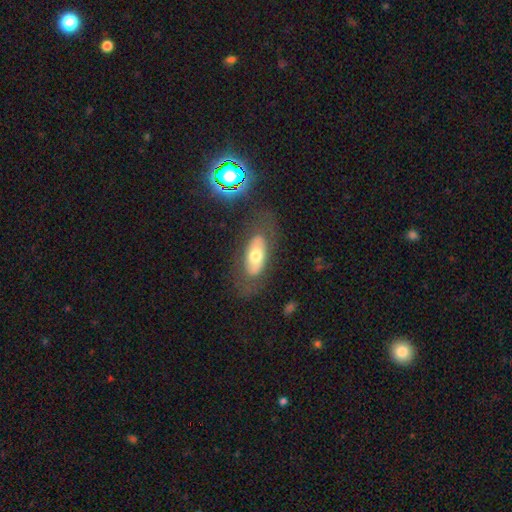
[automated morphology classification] The model was most divided on "smooth or featured": smooth: 49%, featured or disk: 43%, star or artifact: 8%. More confident: merging — none (71%).